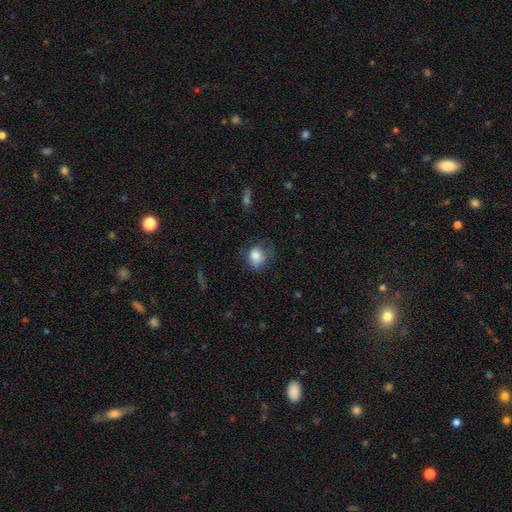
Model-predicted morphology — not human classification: Smooth or featured: smooth — 78% (featured or disk — 13%)
How rounded: round — 58% (in between — 41%)
Merging: none — 49% (minor disturbance — 29%)